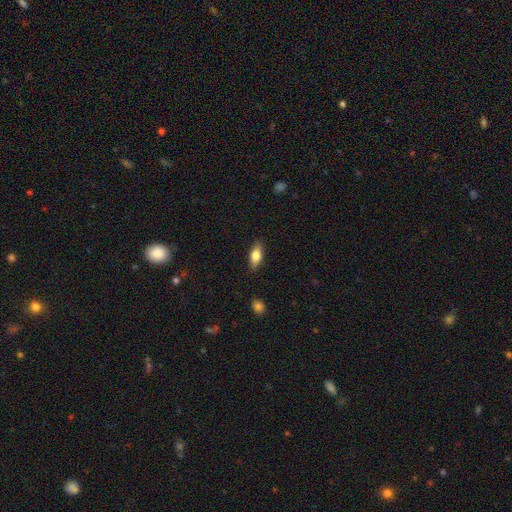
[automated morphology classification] smooth_or_featured: smooth (p=0.72) [alt: featured or disk p=0.21]
how_rounded: in between (p=0.79) [alt: cigar-shaped p=0.18]
merging: none (p=0.86) [alt: minor disturbance p=0.11]